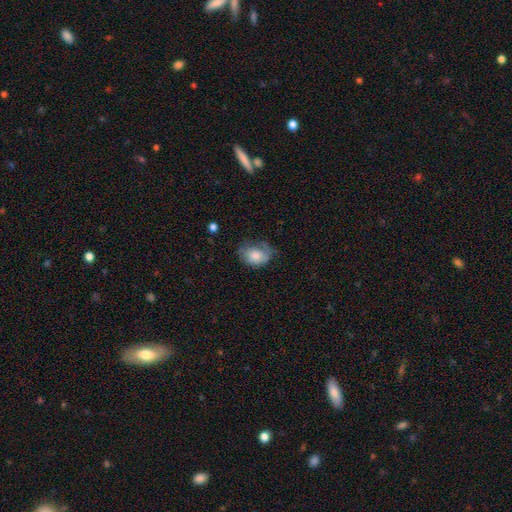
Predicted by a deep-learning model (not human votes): This appears to be a smooth galaxy with no disk features (70%) that is in between round and cigar-shaped (64%). Merging: none (43%).